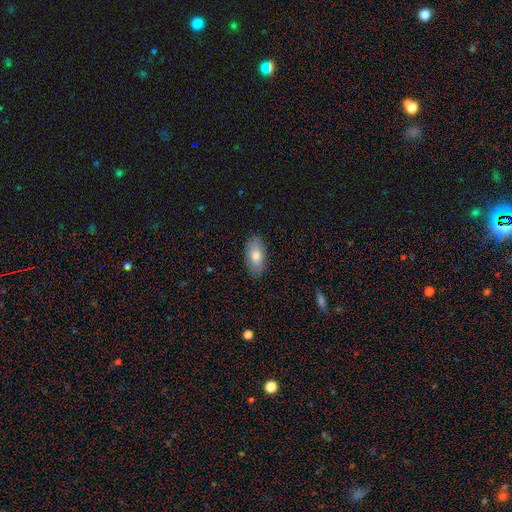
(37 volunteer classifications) A smooth galaxy with no disk features (73%) that is in between round and cigar-shaped (78%).

Vote fractions:
- Smooth or featured? smooth: 73% / featured or disk: 22% / star or artifact: 5%
- How rounded? in between: 78% / cigar-shaped: 22% / round: 0%
- Merging? none: 86% / minor disturbance: 9% / major disturbance: 6% / merger: 0%